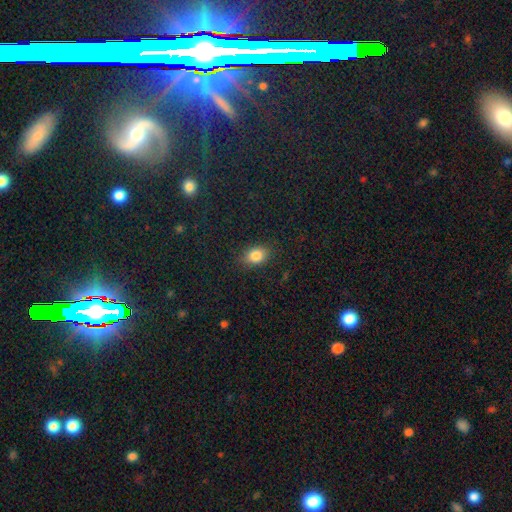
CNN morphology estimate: The model was most divided on "how rounded": in between: 72%, round: 27%, cigar-shaped: 2%. More confident: merging — none (85%); smooth or featured — smooth (84%).